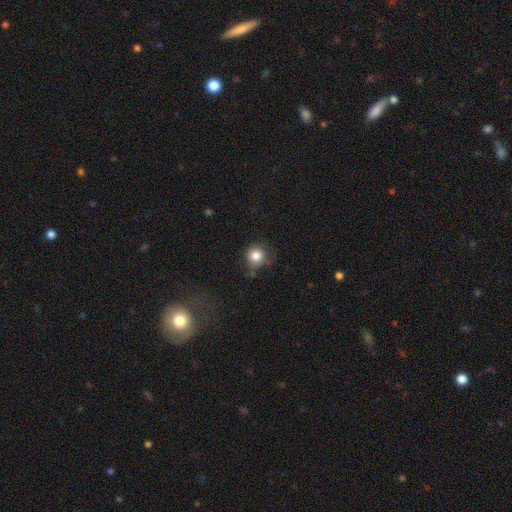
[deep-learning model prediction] This appears to be a smooth galaxy with no disk features (83%) that is round (90%). Merging: none (68%).